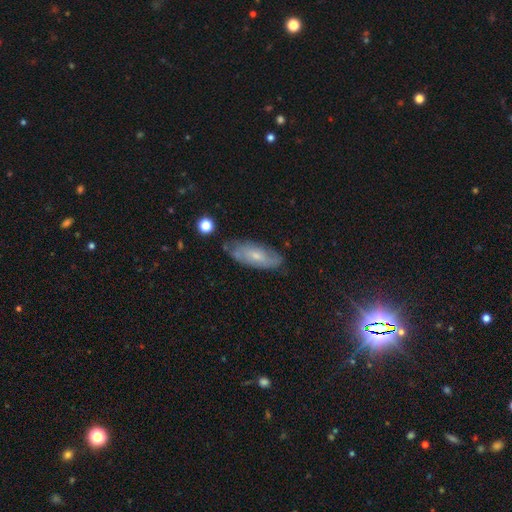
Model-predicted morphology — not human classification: A featured or disk galaxy (51%). Merging: none (71%).